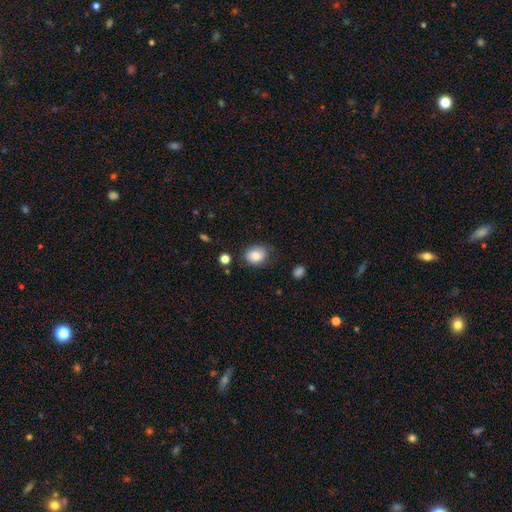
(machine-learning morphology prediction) This is clearly a smooth galaxy (84%). How rounded: likely in between (60%). Merging: likely none (69%).